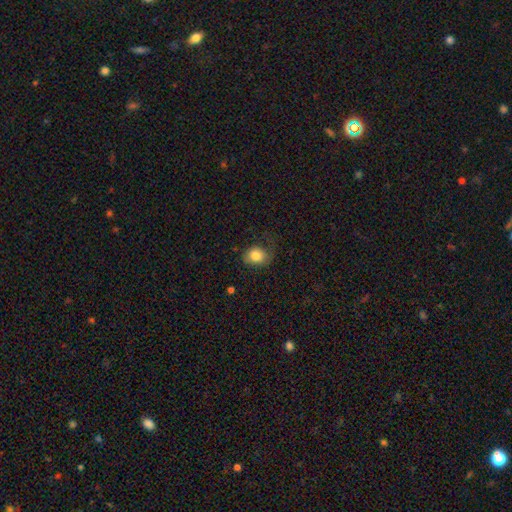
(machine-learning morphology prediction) Overall: smooth (79%). How rounded: round (51%; in between 48%). Merging: none (55%; minor disturbance 26%).